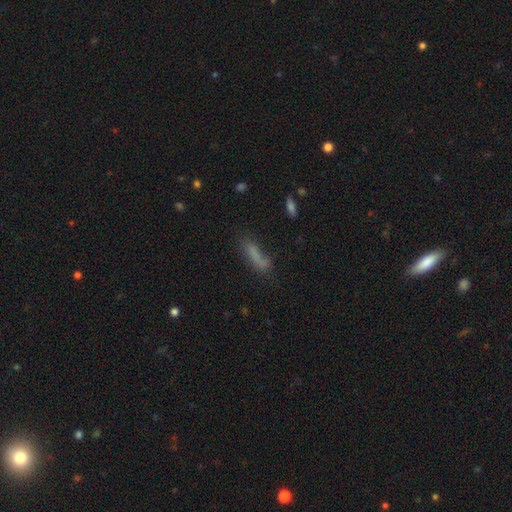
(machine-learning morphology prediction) Smooth or featured? smooth (72%)
How rounded? cigar-shaped (67%)
Merging? none (54%)